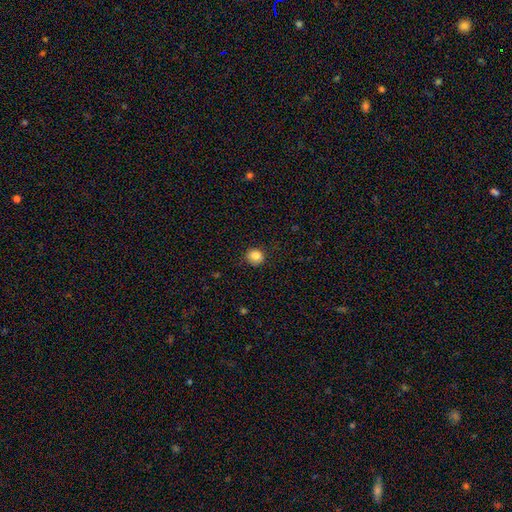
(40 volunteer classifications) smooth 82%, featured or disk 10%, star or artifact 8%. Down the decision tree: how rounded — round (88%); merging — none (86%).